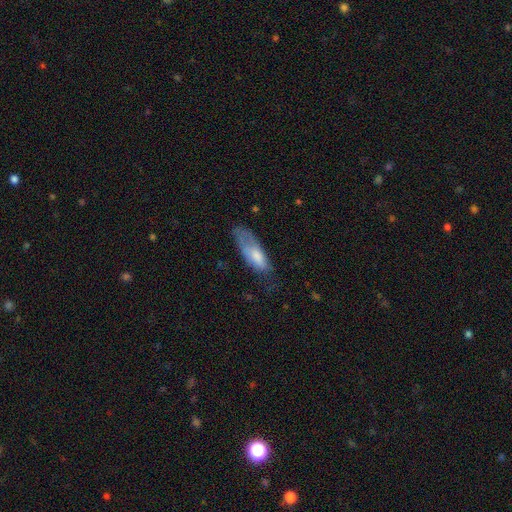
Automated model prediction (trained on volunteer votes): smooth_or_featured: smooth (p=0.70) [alt: featured or disk p=0.24]
how_rounded: in between (p=0.69) [alt: cigar-shaped p=0.29]
merging: minor disturbance (p=0.35) [alt: none p=0.33]